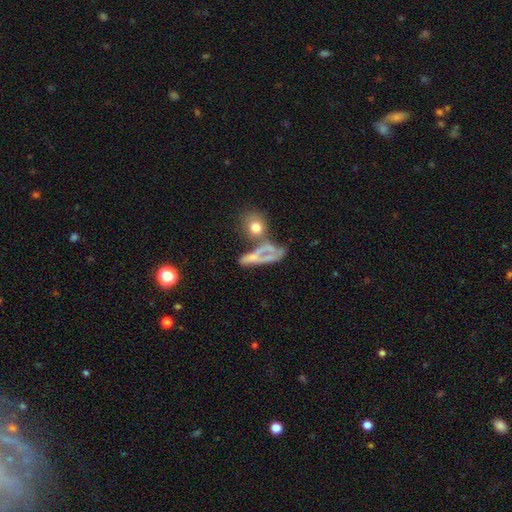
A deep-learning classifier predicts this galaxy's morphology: featured or disk 47%, smooth 40%, star or artifact 13%. Down the decision tree: merging — none (30%).